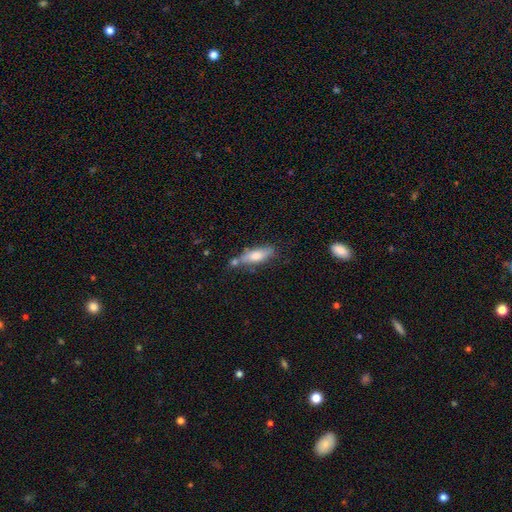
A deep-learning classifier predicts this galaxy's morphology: This is likely a smooth galaxy (67%). How rounded: possibly in between (54%). Merging: possibly none (56%).